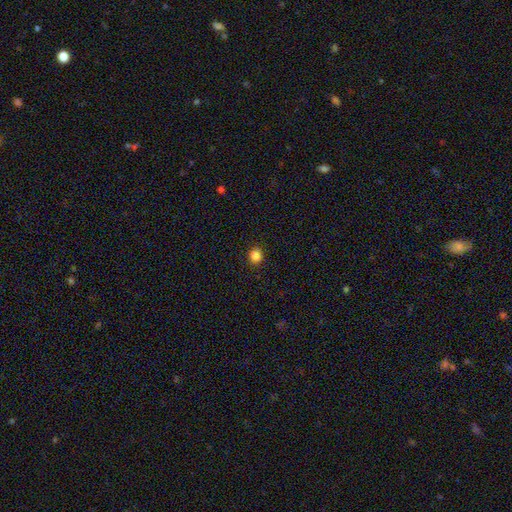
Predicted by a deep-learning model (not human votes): Smooth or featured?
  - smooth: 84% *
  - star or artifact: 12%
  - featured or disk: 4%
How rounded?
  - round: 86% *
  - in between: 13%
  - cigar-shaped: 1%
Merging?
  - none: 91% *
  - minor disturbance: 6%
  - major disturbance: 2%
  - merger: 1%